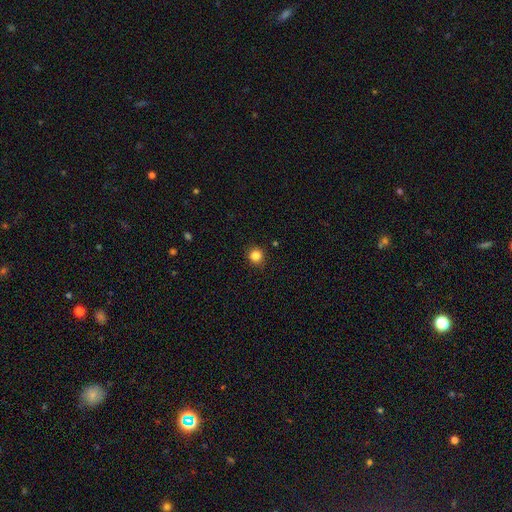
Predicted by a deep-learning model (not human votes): A smooth galaxy with no disk features (85%) that is round (93%).

Vote fractions:
- Smooth or featured? smooth: 85% / star or artifact: 12% / featured or disk: 3%
- How rounded? round: 93% / in between: 6% / cigar-shaped: 1%
- Merging? none: 91% / minor disturbance: 6% / major disturbance: 2% / merger: 1%